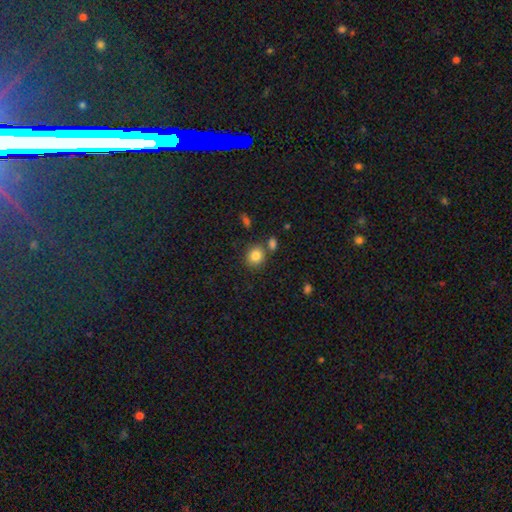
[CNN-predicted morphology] Overall: smooth (84%). How rounded: round (76%). Merging: none (72%).